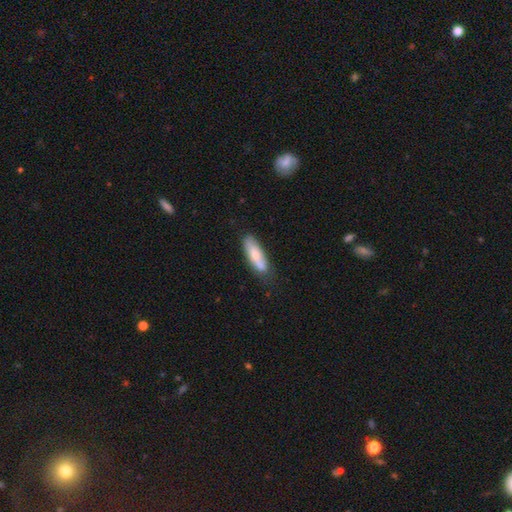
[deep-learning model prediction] This appears to be a smooth galaxy with no disk features (68%) that is in between round and cigar-shaped (51%). Merging: none (65%).